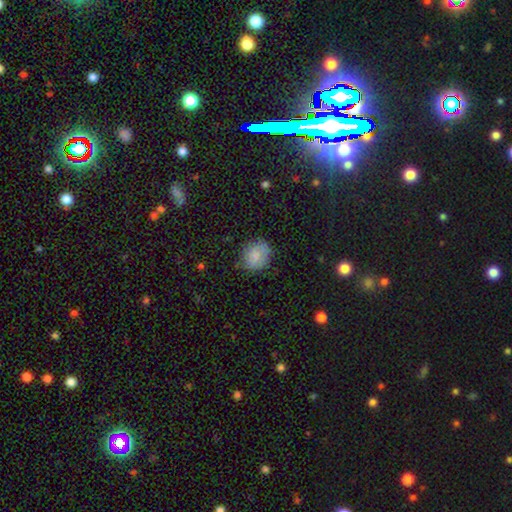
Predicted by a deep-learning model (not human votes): smooth-or-featured: smooth: 78% | featured or disk: 14% | star or artifact: 8%
  how-rounded: round: 65% | in between: 35% | cigar-shaped: 1%
  merging: none: 71% | minor disturbance: 21% | major disturbance: 6% | merger: 2%